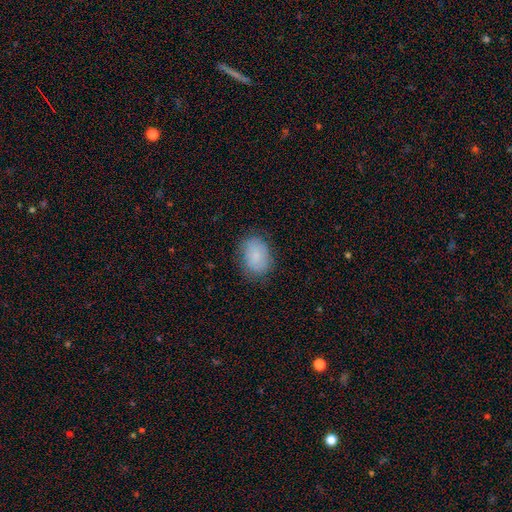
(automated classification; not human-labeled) This is clearly a smooth galaxy (82%). How rounded: likely in between (71%). Merging: likely none (77%).